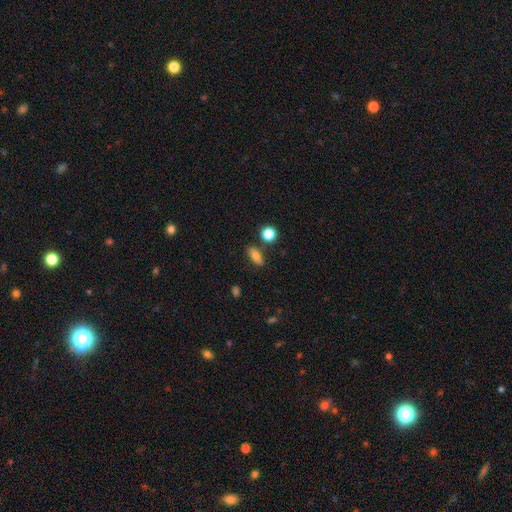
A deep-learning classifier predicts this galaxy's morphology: Overall: smooth (75%). How rounded: in between (71%). Merging: none (81%).